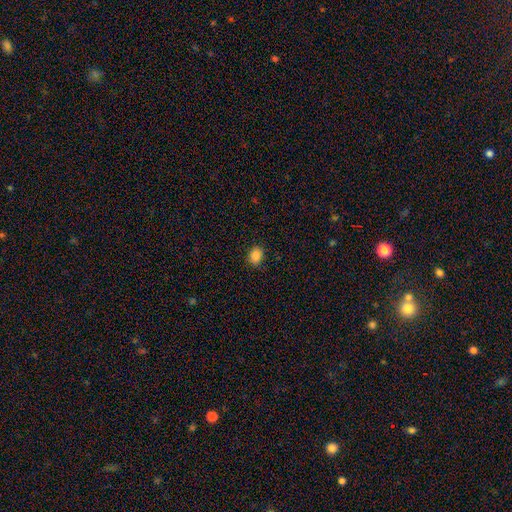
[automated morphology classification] A smooth galaxy with no disk features (86%) that is round (52%). Merging: none (87%).